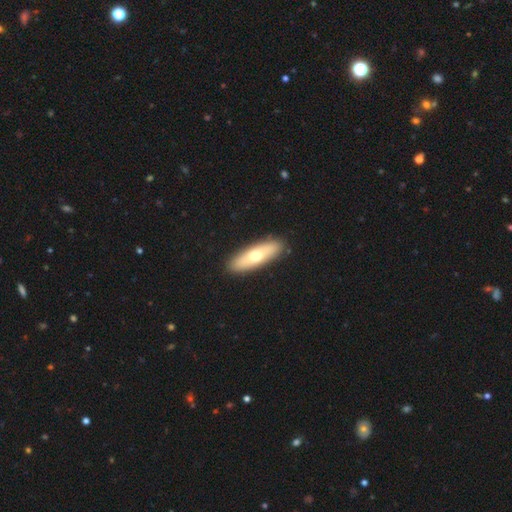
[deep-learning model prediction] Smooth or featured: smooth — 59% (featured or disk — 36%)
How rounded: in between — 49% (cigar-shaped — 48%)
Merging: none — 91% (minor disturbance — 7%)